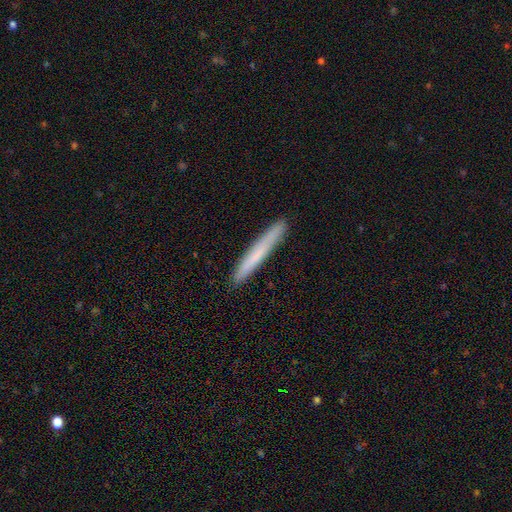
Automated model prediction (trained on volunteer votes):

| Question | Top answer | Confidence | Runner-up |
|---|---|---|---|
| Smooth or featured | smooth | 68% | featured or disk (26%) |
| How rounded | cigar-shaped | 97% | in between (2%) |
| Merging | none | 91% | minor disturbance (6%) |